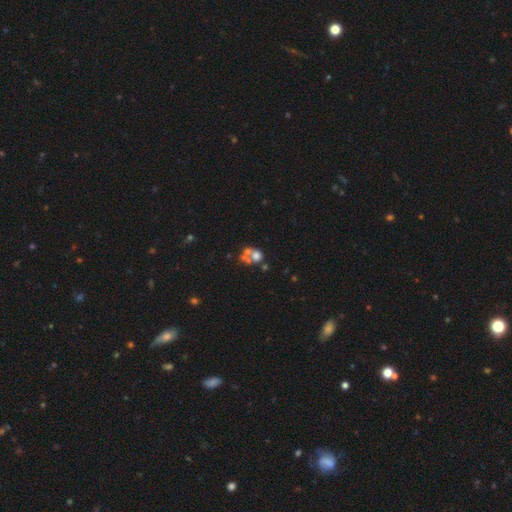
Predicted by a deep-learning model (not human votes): smooth_or_featured: smooth (p=0.48) [alt: featured or disk p=0.35]
merging: merger (p=0.51) [alt: none p=0.29]